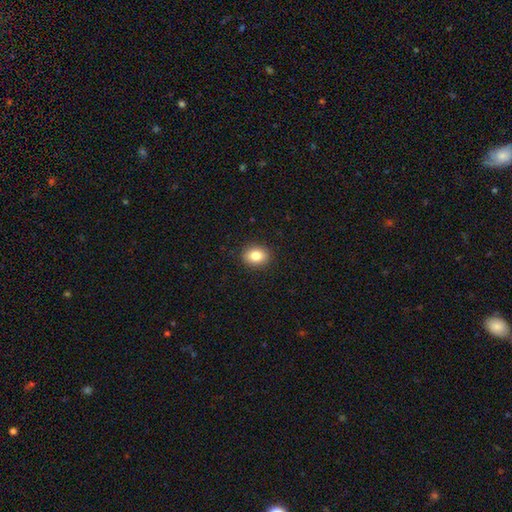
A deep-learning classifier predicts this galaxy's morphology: This appears to be a smooth galaxy with no disk features (84%) that is in between round and cigar-shaped (57%). Merging: none (90%).